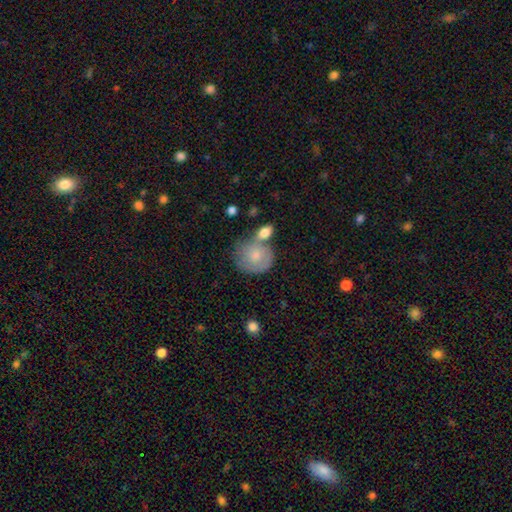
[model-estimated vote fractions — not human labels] Overall: smooth (61%; featured or disk 33%). How rounded: round (76%). Merging: none (42%; merger 29%).